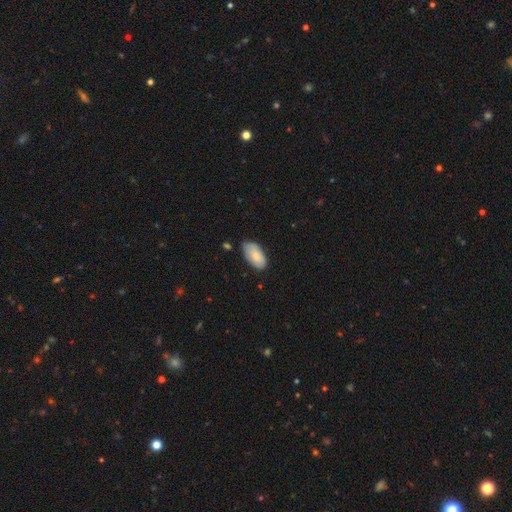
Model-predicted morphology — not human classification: Smooth or featured?
  - smooth: 80% *
  - featured or disk: 14%
  - star or artifact: 6%
How rounded?
  - in between: 95% *
  - cigar-shaped: 3%
  - round: 2%
Merging?
  - none: 68% *
  - minor disturbance: 26%
  - major disturbance: 4%
  - merger: 2%